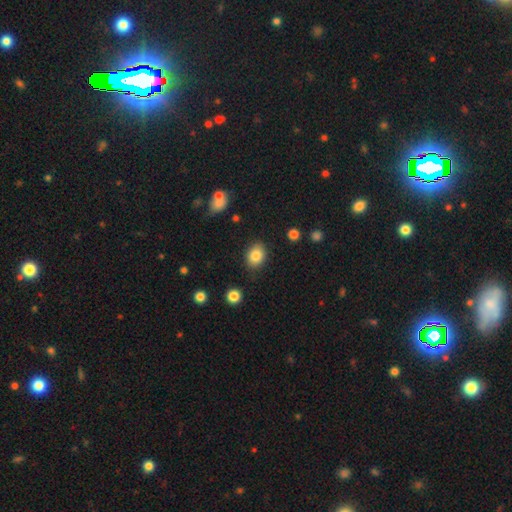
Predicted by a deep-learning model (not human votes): The model was most divided on "how rounded": in between: 61%, round: 38%, cigar-shaped: 1%. More confident: smooth or featured — smooth (84%); merging — none (84%).